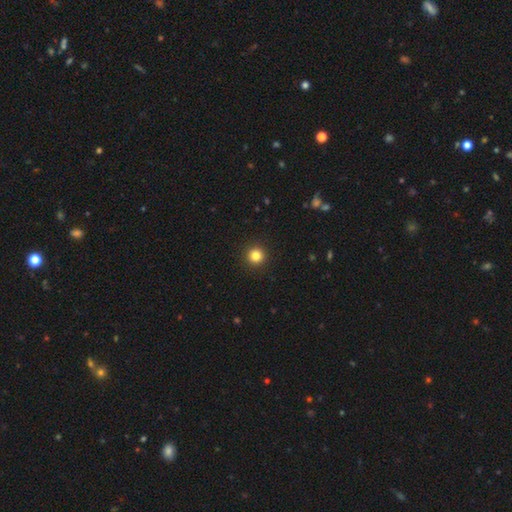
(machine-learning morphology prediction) type=smooth (83%); roundness=round (96%); merging=none (93%).